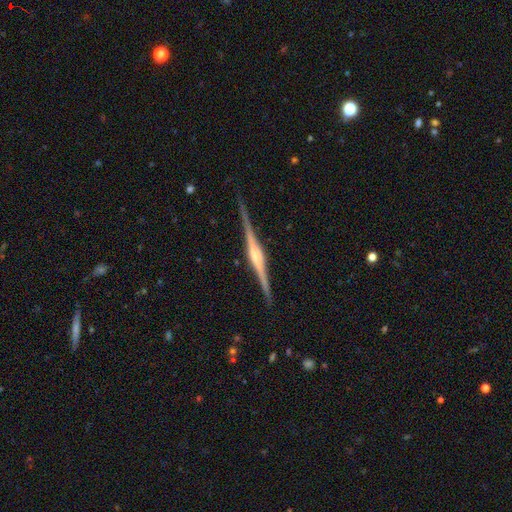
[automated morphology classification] Smooth or featured? featured or disk (87%)
Edge-on disk? yes (98%)
Edge-on bulge? rounded (66%)
Merging? none (88%)